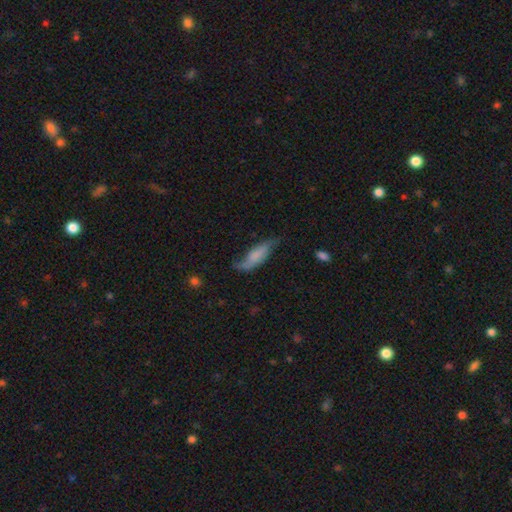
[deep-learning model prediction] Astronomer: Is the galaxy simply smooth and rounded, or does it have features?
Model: smooth — 52% (runner-up: featured or disk, 41%).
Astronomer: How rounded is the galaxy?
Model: in between — 54% (runner-up: cigar-shaped, 43%).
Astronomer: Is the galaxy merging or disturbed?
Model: none — 47% (runner-up: minor disturbance, 34%).